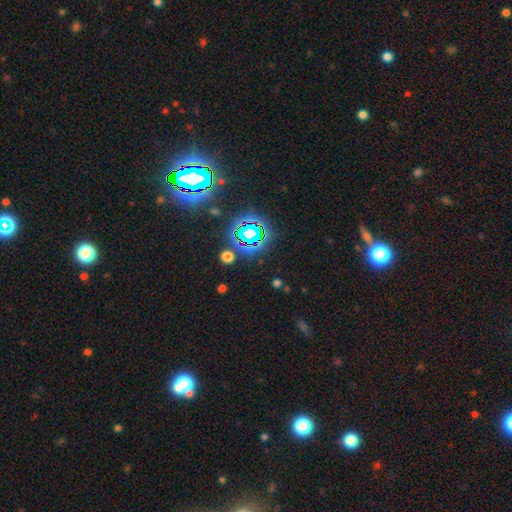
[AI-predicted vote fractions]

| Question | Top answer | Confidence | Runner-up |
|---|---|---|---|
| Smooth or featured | star or artifact | 80% | smooth (14%) |